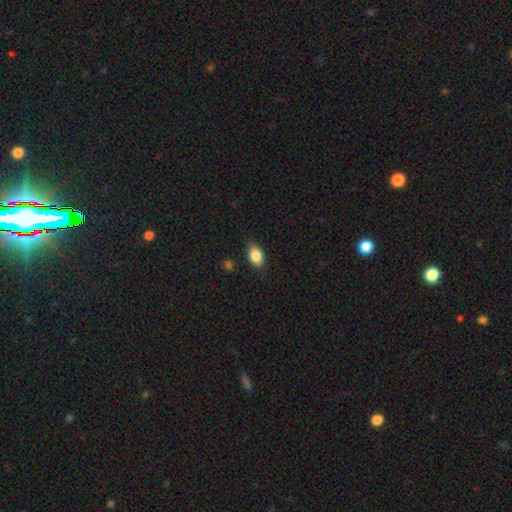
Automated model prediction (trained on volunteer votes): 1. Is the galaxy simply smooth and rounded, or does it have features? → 84% smooth, 8% featured or disk, 8% star or artifact.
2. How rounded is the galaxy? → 83% in between, 14% round, 2% cigar-shaped.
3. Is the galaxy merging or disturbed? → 79% none, 17% minor disturbance, 3% major disturbance, 2% merger.